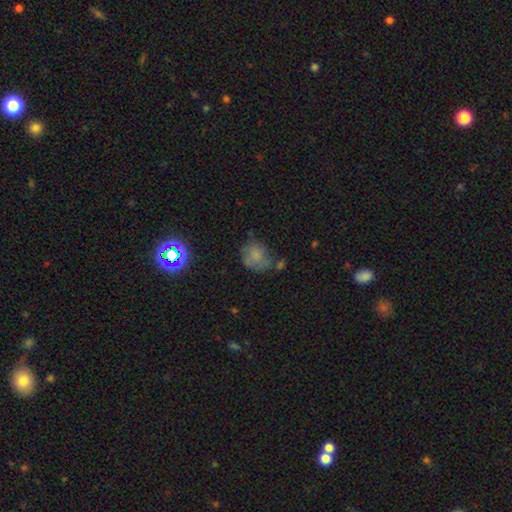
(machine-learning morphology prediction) smooth-or-featured: smooth: 69% | featured or disk: 17% | star or artifact: 14%
  how-rounded: round: 63% | in between: 35% | cigar-shaped: 1%
  merging: none: 50% | minor disturbance: 27% | major disturbance: 13% | merger: 10%